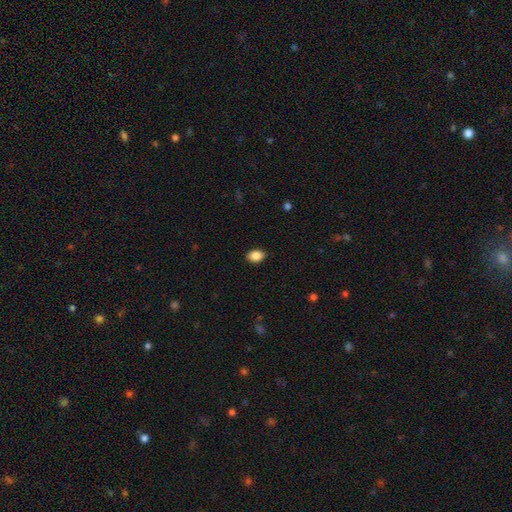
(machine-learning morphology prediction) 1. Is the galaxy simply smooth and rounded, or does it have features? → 88% smooth, 8% star or artifact, 4% featured or disk.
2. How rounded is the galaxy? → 81% in between, 18% round, 1% cigar-shaped.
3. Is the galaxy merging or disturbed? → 87% none, 10% minor disturbance, 2% major disturbance, 1% merger.